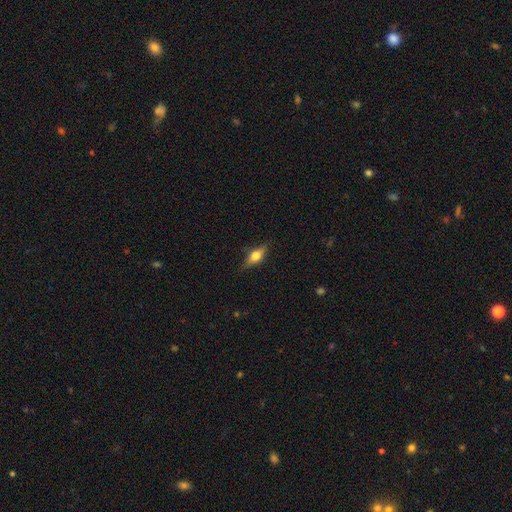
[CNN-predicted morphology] This appears to be a smooth galaxy with no disk features (47%). Merging: none (81%).